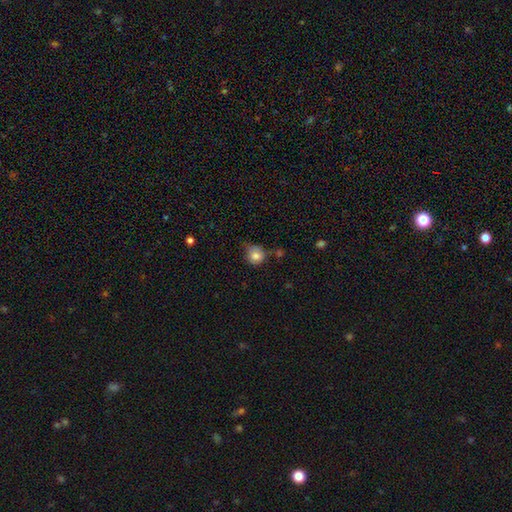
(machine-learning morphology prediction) Smooth or featured? Predicted: smooth (p=0.81). How rounded? Predicted: round (p=0.82). Merging? Predicted: none (p=0.53).